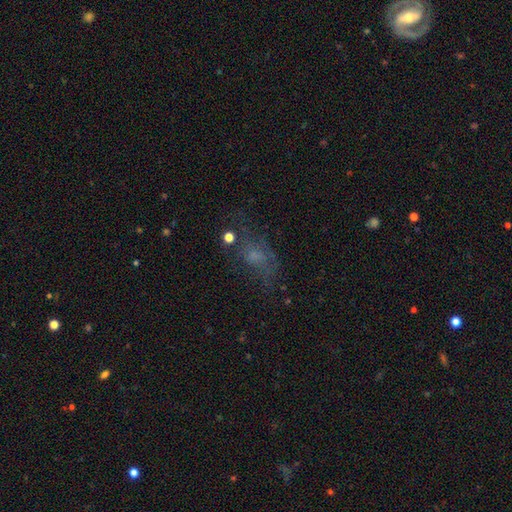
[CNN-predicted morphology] A smooth galaxy with no disk features (41%). Merging: none (44%).